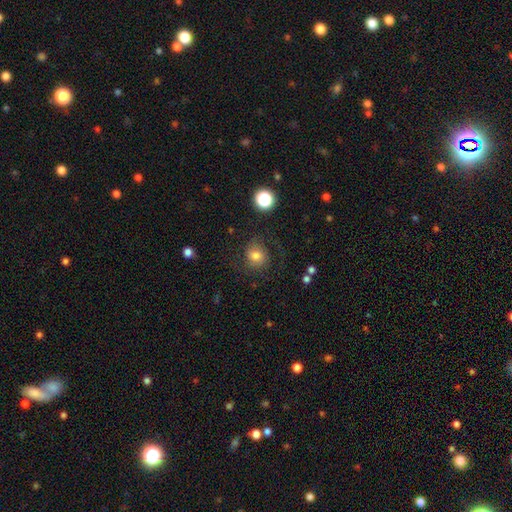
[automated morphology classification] smooth-or-featured: smooth: 59% | featured or disk: 28% | star or artifact: 13%
  how-rounded: round: 78% | in between: 21% | cigar-shaped: 1%
  merging: none: 67% | minor disturbance: 16% | major disturbance: 15% | merger: 2%